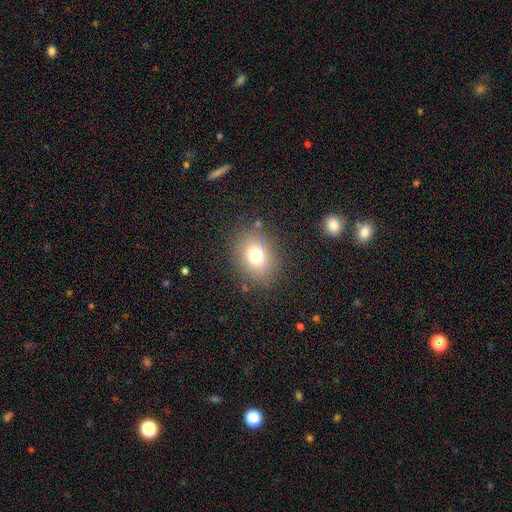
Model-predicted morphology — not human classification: smooth-or-featured: smooth: 74% | star or artifact: 13% | featured or disk: 12%
  how-rounded: round: 54% | in between: 45% | cigar-shaped: 1%
  merging: none: 82% | minor disturbance: 11% | major disturbance: 5% | merger: 2%